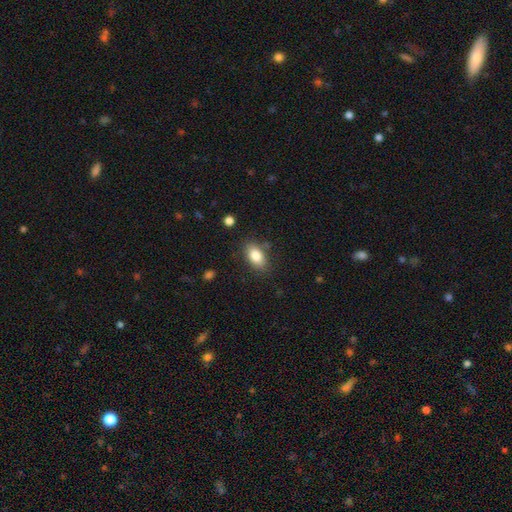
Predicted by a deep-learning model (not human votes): Smooth or featured? Predicted: smooth (p=0.84). How rounded? Predicted: in between (p=0.90). Merging? Predicted: none (p=0.83).